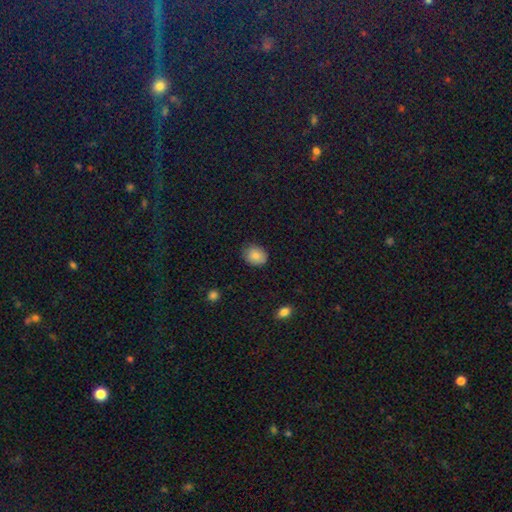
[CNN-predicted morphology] Q: Smooth or featured?
A: smooth (85%); runner-up: star or artifact (9%)
Q: How rounded?
A: in between (50%); runner-up: round (49%)
Q: Merging?
A: none (81%); runner-up: minor disturbance (15%)